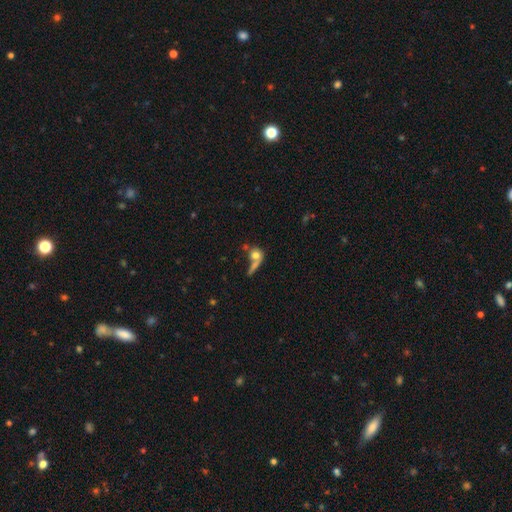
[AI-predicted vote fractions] This is likely a smooth galaxy (67%). How rounded: possibly round (59%). Merging: marginally merger (39%).